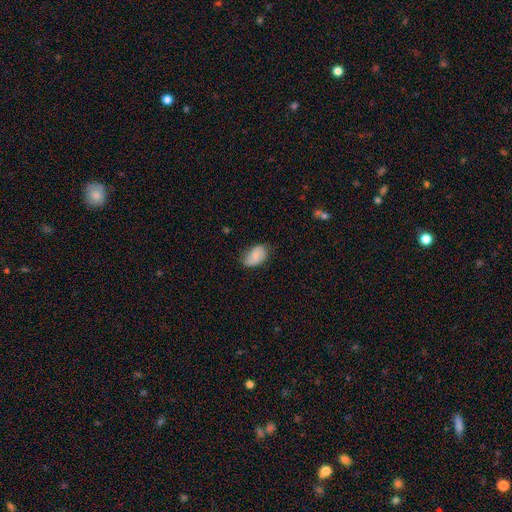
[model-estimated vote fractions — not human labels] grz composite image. It shows a smooth galaxy with no disk features (68%) that is in between round and cigar-shaped (90%). Merging: none (60%).